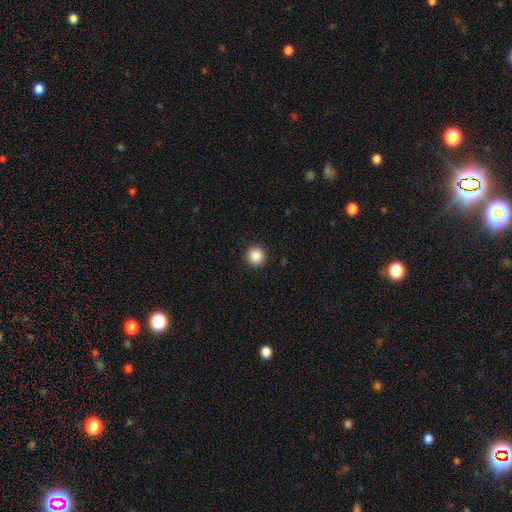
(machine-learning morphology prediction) A smooth galaxy with no disk features (88%) that is round (95%). Merging: none (93%).